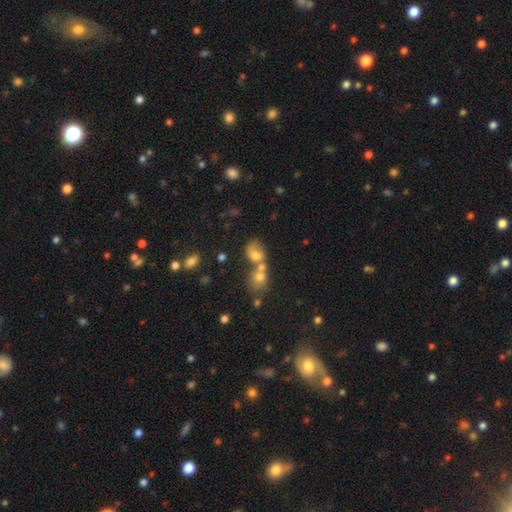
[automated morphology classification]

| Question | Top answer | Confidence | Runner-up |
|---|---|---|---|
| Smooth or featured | smooth | 56% | star or artifact (24%) |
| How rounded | round | 49% | in between (47%) |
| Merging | merger | 52% | none (34%) |